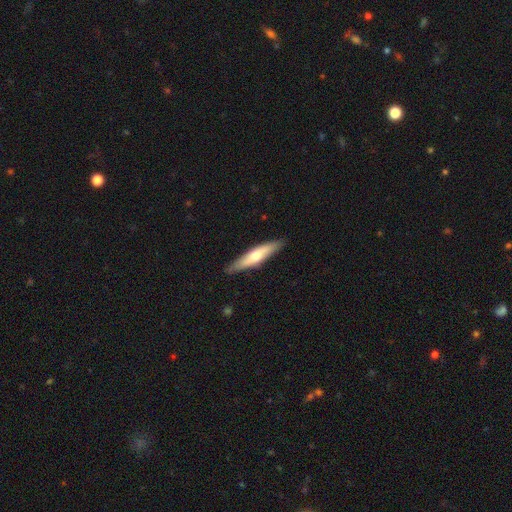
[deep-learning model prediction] Q: Smooth or featured?
A: smooth (53%); runner-up: featured or disk (42%)
Q: How rounded?
A: cigar-shaped (80%); runner-up: in between (18%)
Q: Merging?
A: none (86%); runner-up: minor disturbance (11%)